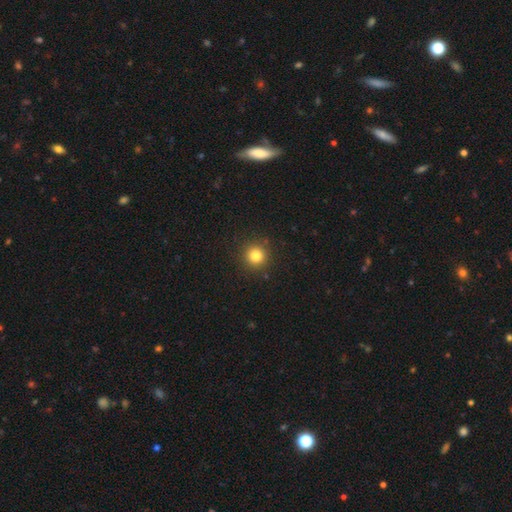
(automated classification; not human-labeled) The model was most divided on "smooth or featured": smooth: 82%, star or artifact: 12%, featured or disk: 5%. More confident: how rounded — round (95%); merging — none (91%).